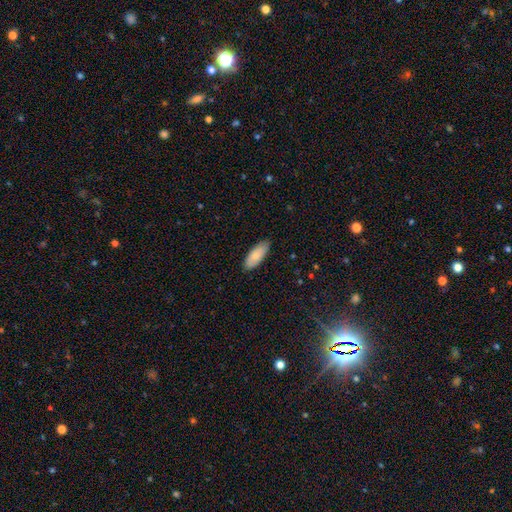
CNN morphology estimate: Overall: smooth (81%). How rounded: in between (80%). Merging: none (84%).